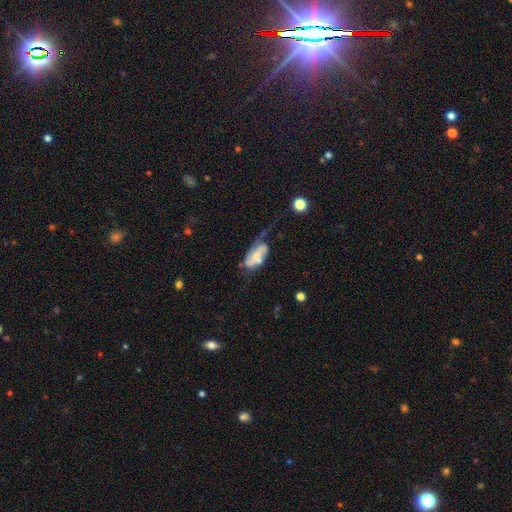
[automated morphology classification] Smooth or featured?
  - featured or disk: 52% *
  - smooth: 40%
  - star or artifact: 8%
Edge-on disk?
  - no: 93% *
  - yes: 7%
Merging?
  - none: 32% *
  - minor disturbance: 29%
  - major disturbance: 27%
  - merger: 11%